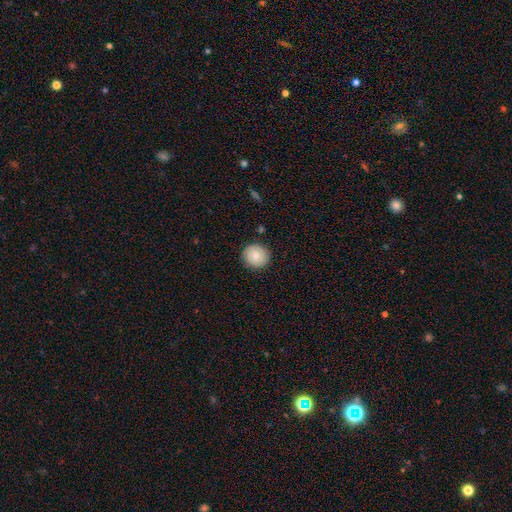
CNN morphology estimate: Q: Smooth or featured?
A: smooth (72%); runner-up: featured or disk (20%)
Q: How rounded?
A: round (88%); runner-up: in between (11%)
Q: Merging?
A: none (87%); runner-up: minor disturbance (9%)